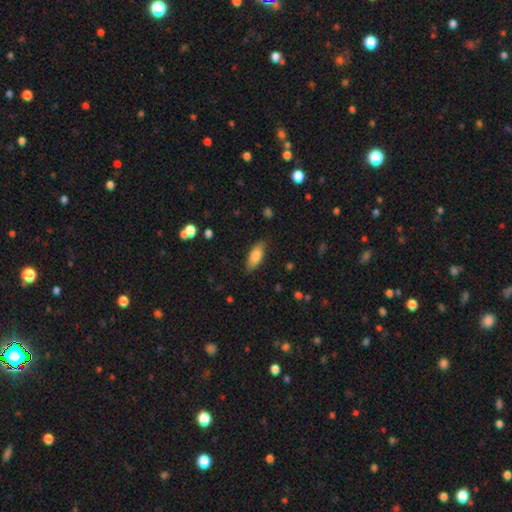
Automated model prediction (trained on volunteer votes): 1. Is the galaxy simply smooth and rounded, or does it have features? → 82% smooth, 12% featured or disk, 6% star or artifact.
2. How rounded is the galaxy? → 79% in between, 19% cigar-shaped, 2% round.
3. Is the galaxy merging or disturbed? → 83% none, 13% minor disturbance, 3% major disturbance, 1% merger.